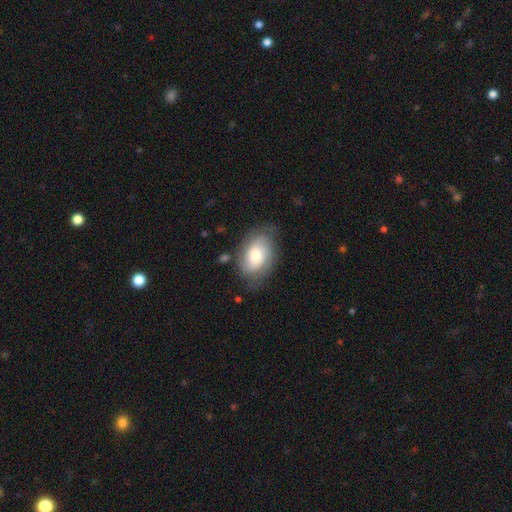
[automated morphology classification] Smooth or featured: smooth — 49% (featured or disk — 43%)
Merging: none — 68% (minor disturbance — 22%)